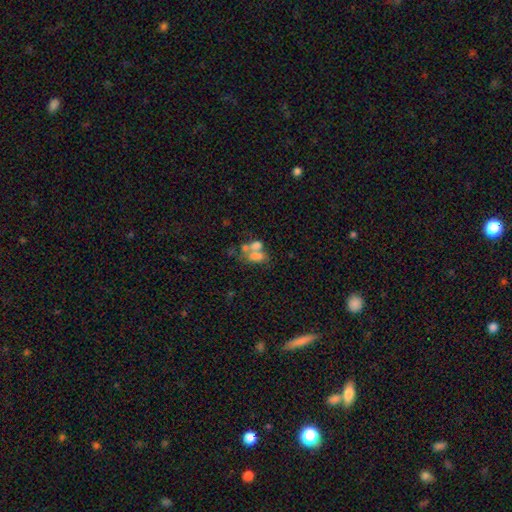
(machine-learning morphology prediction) The model was most divided on "smooth or featured": smooth: 58%, featured or disk: 29%, star or artifact: 12%. More confident: how rounded — in between (83%); merging — merger (58%).